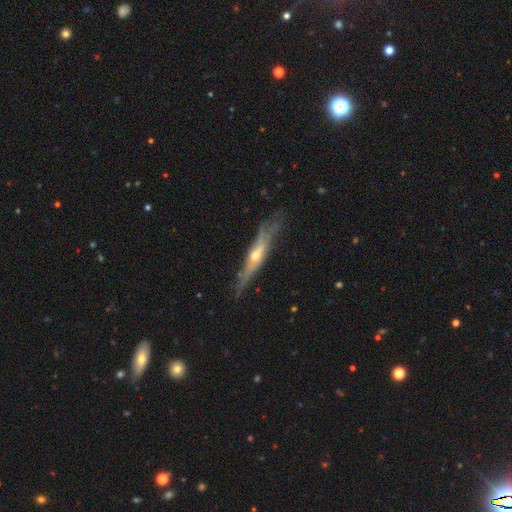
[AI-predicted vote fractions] Smooth or featured: featured or disk — 70% (smooth — 25%)
Edge-on disk: yes — 85% (no — 15%)
Edge-on bulge: rounded — 81% (none — 14%)
Merging: none — 67% (minor disturbance — 23%)